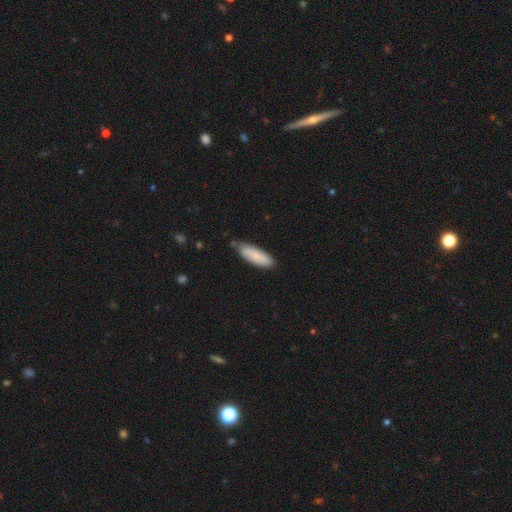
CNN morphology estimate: The model was most divided on "how rounded": in between: 50%, cigar-shaped: 48%, round: 1%. More confident: smooth or featured — smooth (85%); merging — none (71%).